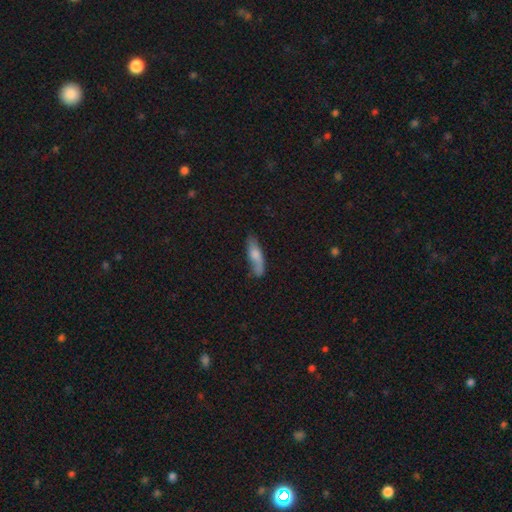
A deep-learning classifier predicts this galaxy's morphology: smooth 66%, featured or disk 27%, star or artifact 6%. Down the decision tree: how rounded — cigar-shaped (58%); merging — none (66%).